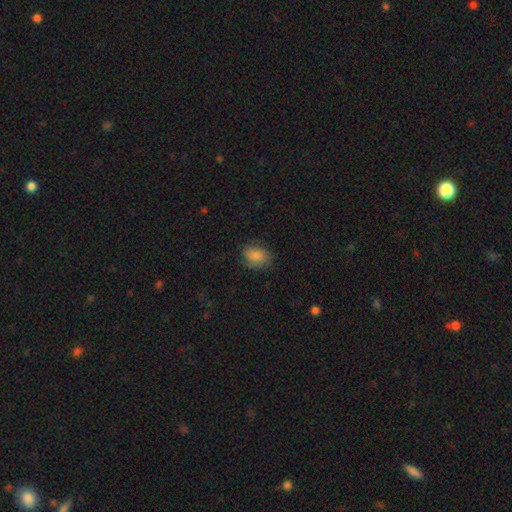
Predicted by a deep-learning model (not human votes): smooth_or_featured: smooth (p=0.81) [alt: featured or disk p=0.11]
how_rounded: in between (p=0.68) [alt: round p=0.31]
merging: none (p=0.71) [alt: minor disturbance p=0.21]